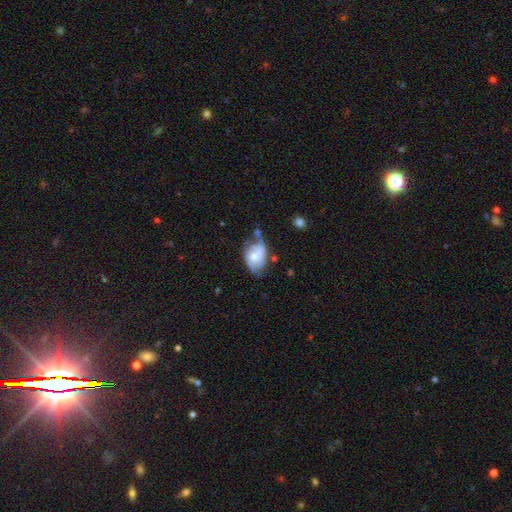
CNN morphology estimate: Smooth or featured: smooth — 49% (featured or disk — 43%)
Merging: none — 40% (minor disturbance — 35%)